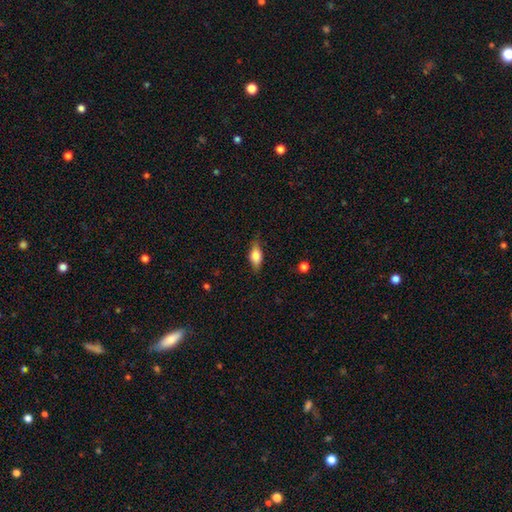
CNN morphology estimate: smooth 69%, featured or disk 23%, star or artifact 8%. Down the decision tree: how rounded — in between (81%); merging — none (73%).